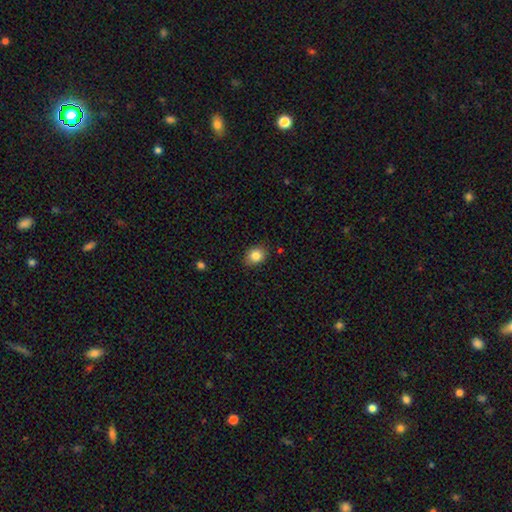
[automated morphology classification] Smooth or featured? smooth (85%)
How rounded? round (51%)
Merging? none (85%)